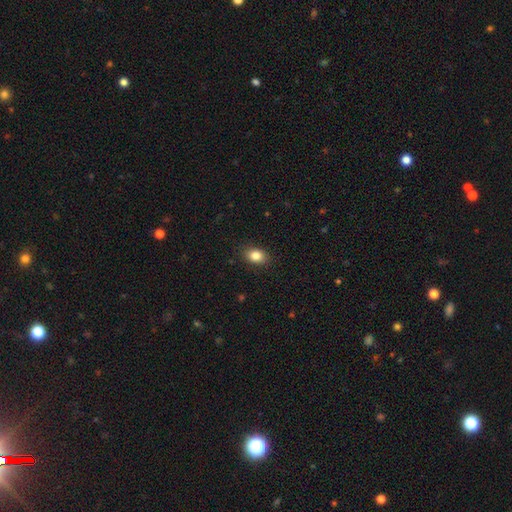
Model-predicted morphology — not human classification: smooth-or-featured: smooth: 85% | star or artifact: 9% | featured or disk: 6%
  how-rounded: in between: 76% | round: 23% | cigar-shaped: 1%
  merging: none: 88% | minor disturbance: 9% | major disturbance: 2% | merger: 1%